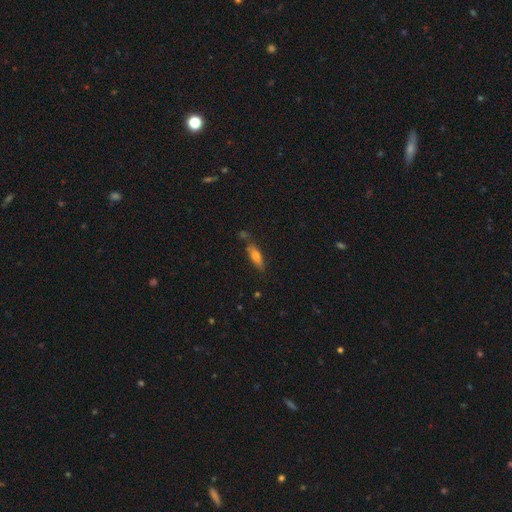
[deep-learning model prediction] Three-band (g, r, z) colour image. It shows a smooth galaxy with no disk features (71%) that is in between round and cigar-shaped (56%). Merging: none (68%).